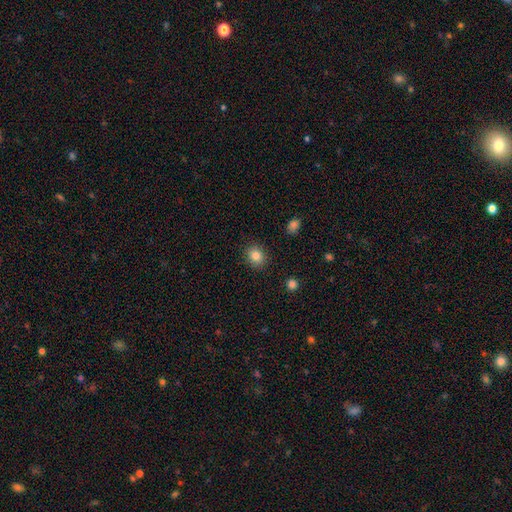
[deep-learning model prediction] This appears to be a smooth galaxy with no disk features (84%) that is round (59%). Merging: none (89%).